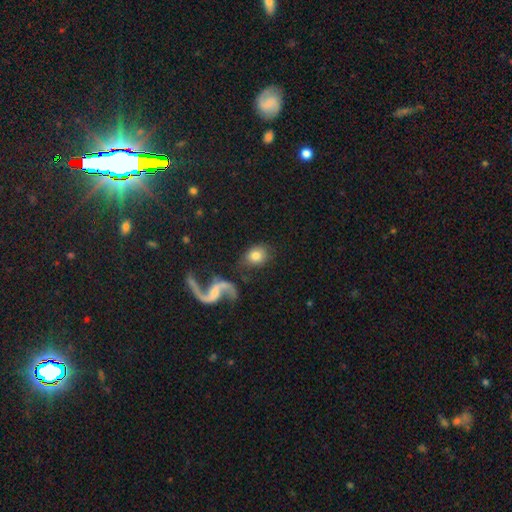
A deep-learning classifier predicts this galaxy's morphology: smooth 71%, featured or disk 21%, star or artifact 8%. Down the decision tree: how rounded — in between (54%); merging — none (64%).